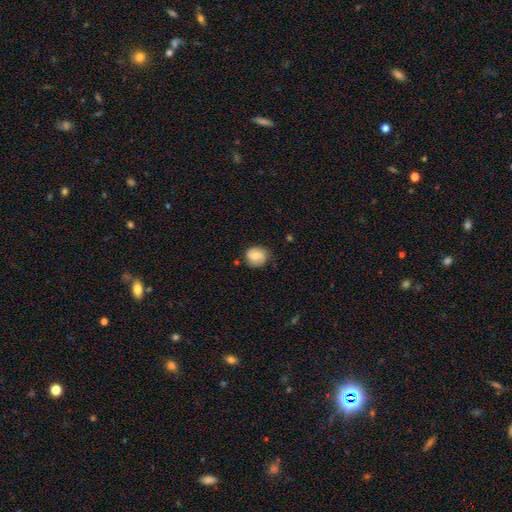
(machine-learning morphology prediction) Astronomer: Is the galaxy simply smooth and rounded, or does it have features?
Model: smooth — 60%.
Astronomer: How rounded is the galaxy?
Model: round — 74%.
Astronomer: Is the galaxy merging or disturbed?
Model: none — 75%.